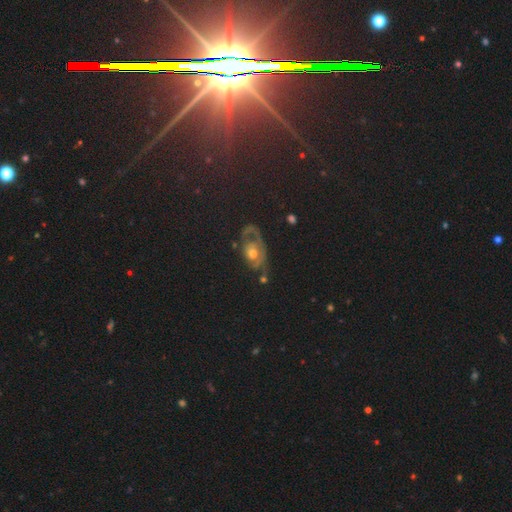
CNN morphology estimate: type=featured or disk (52%); edge-on=no (88%); merging=none (72%).